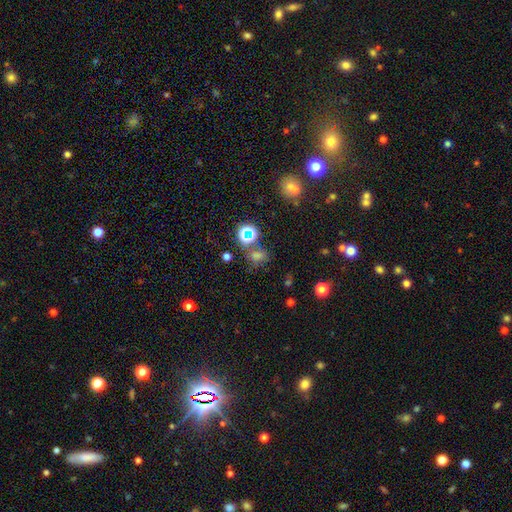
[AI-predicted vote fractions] This is possibly a smooth galaxy (50%). How rounded: possibly round (55%). Merging: possibly none (60%).